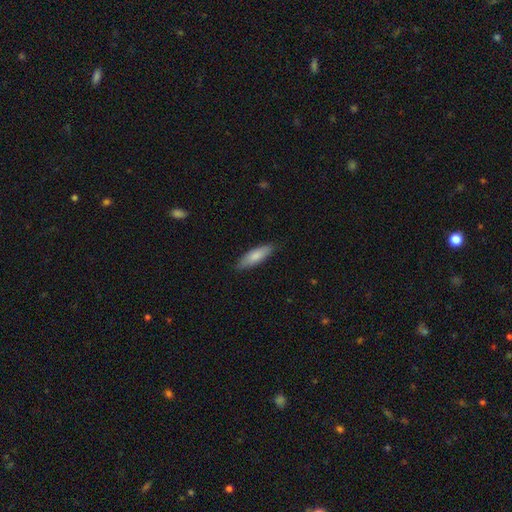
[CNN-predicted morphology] A smooth galaxy with no disk features (81%) that is cigar-shaped (55%).

Vote fractions:
- Smooth or featured? smooth: 81% / featured or disk: 13% / star or artifact: 5%
- How rounded? cigar-shaped: 55% / in between: 44% / round: 2%
- Merging? none: 85% / minor disturbance: 12% / major disturbance: 2% / merger: 1%